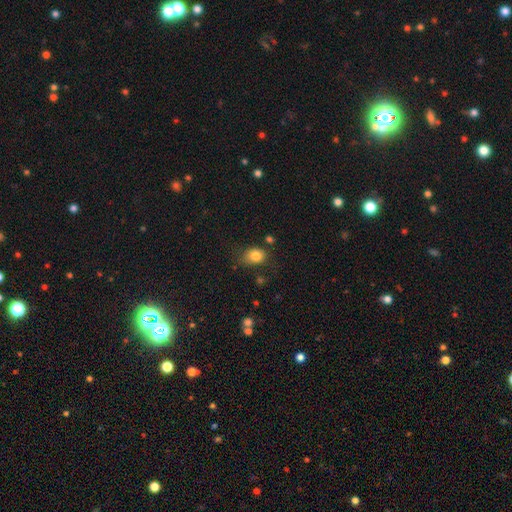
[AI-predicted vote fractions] The model was most divided on "how rounded": in between: 59%, round: 40%, cigar-shaped: 1%. More confident: smooth or featured — smooth (83%); merging — none (62%).